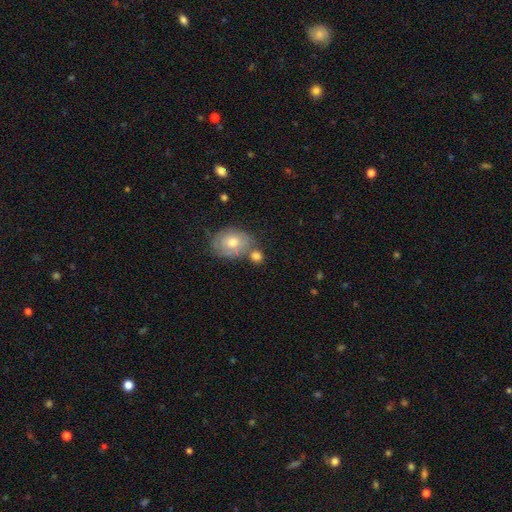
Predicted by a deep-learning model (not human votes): The model was most divided on "how rounded": round: 58%, in between: 40%, cigar-shaped: 2%. More confident: smooth or featured — smooth (72%); merging — none (54%).